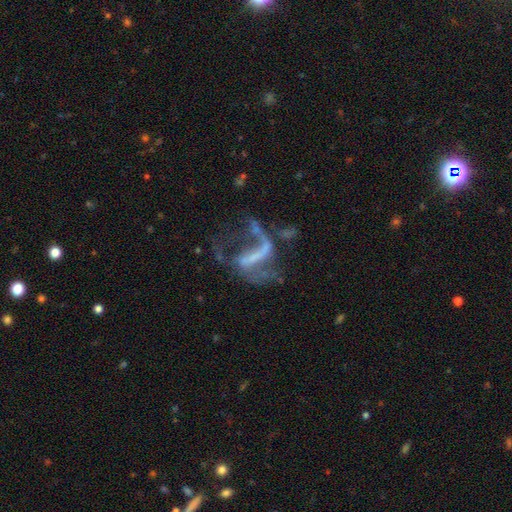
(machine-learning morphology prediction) Smooth or featured? featured or disk (75%)
Edge-on disk? no (95%)
Bar? strong (52%)
Spiral arms? yes (63%)
Bulge size? none (55%)
Merging? major disturbance (46%)